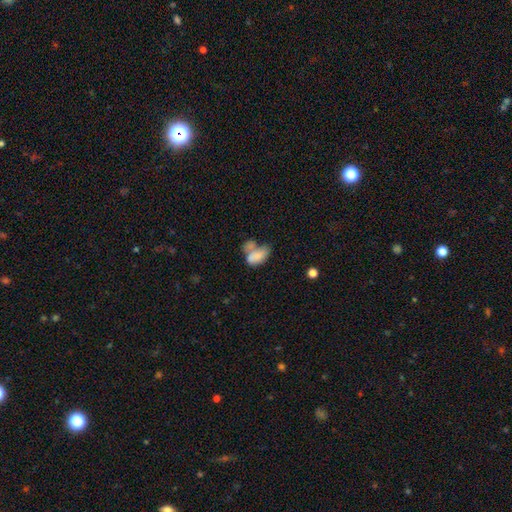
smooth 79%, featured or disk 15%, star or artifact 5%. Down the decision tree: how rounded — in between (97%); merging — merger (32%).